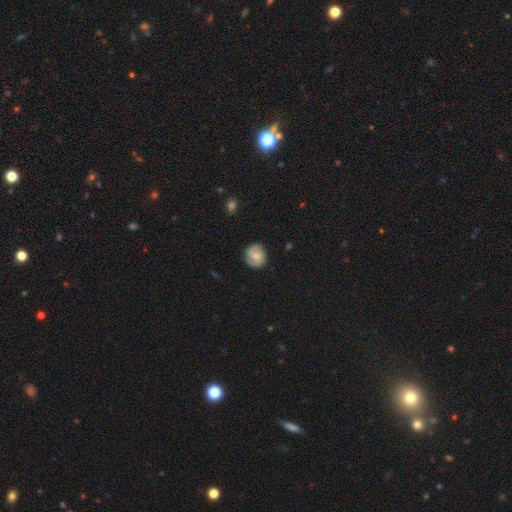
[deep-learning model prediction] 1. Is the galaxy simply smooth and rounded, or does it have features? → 55% smooth, 38% featured or disk, 7% star or artifact.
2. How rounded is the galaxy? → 85% round, 14% in between, 1% cigar-shaped.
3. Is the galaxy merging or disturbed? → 82% none, 14% minor disturbance, 3% major disturbance, 1% merger.